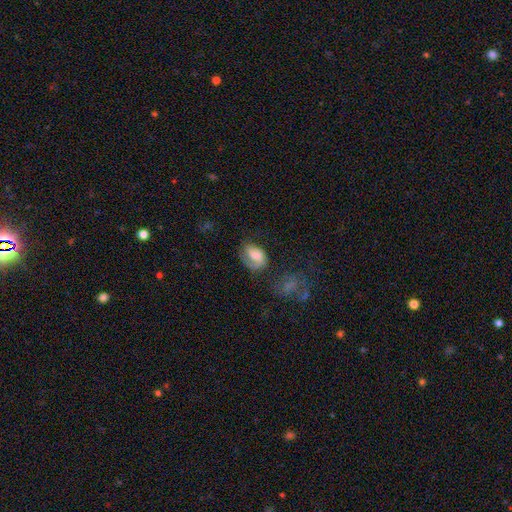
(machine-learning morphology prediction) This is possibly a smooth galaxy (55%). How rounded: likely in between (79%). Merging: marginally none (40%).